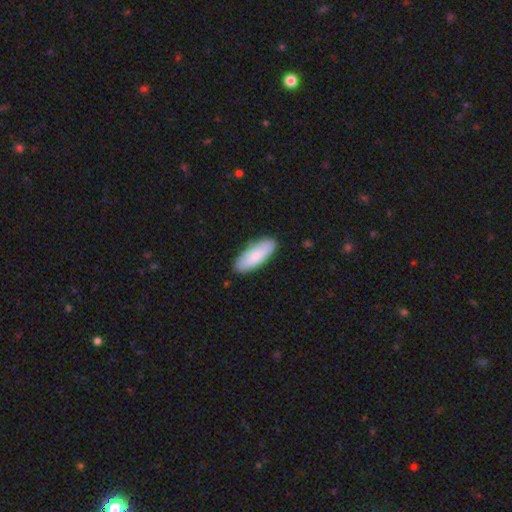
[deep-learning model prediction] Smooth or featured: smooth — 80% (featured or disk — 15%)
How rounded: in between — 71% (cigar-shaped — 27%)
Merging: none — 86% (minor disturbance — 10%)